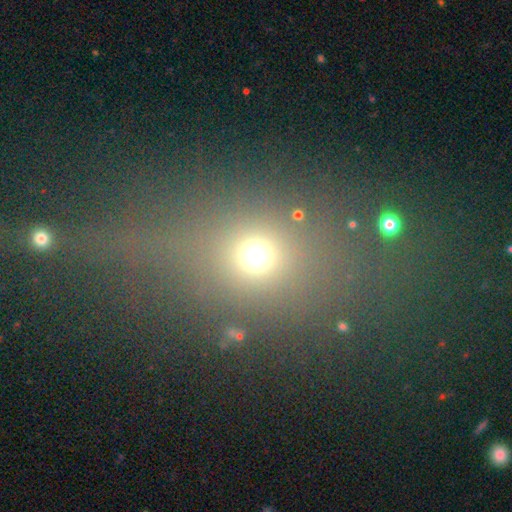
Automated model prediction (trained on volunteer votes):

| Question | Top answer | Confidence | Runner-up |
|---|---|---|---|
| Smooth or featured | smooth | 67% | star or artifact (24%) |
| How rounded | round | 83% | in between (15%) |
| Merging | none | 71% | merger (11%) |